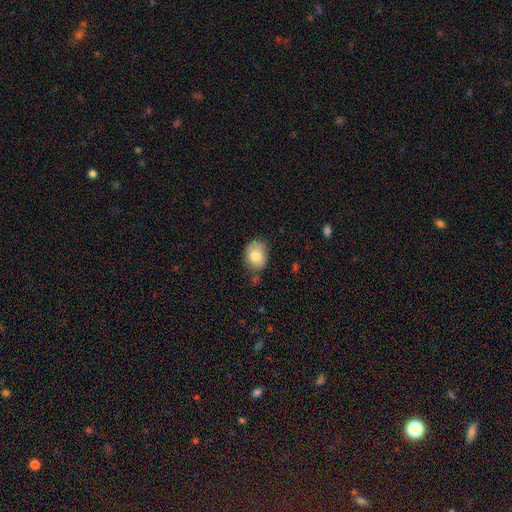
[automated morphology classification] This is clearly a smooth galaxy (81%). How rounded: likely in between (60%). Merging: likely none (66%).